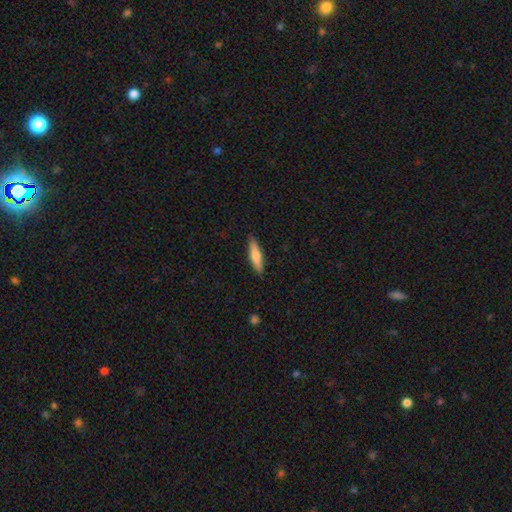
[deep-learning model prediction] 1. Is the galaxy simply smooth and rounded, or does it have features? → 66% smooth, 28% featured or disk, 6% star or artifact.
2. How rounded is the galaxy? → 80% cigar-shaped, 19% in between, 2% round.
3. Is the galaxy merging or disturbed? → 88% none, 9% minor disturbance, 2% major disturbance, 1% merger.